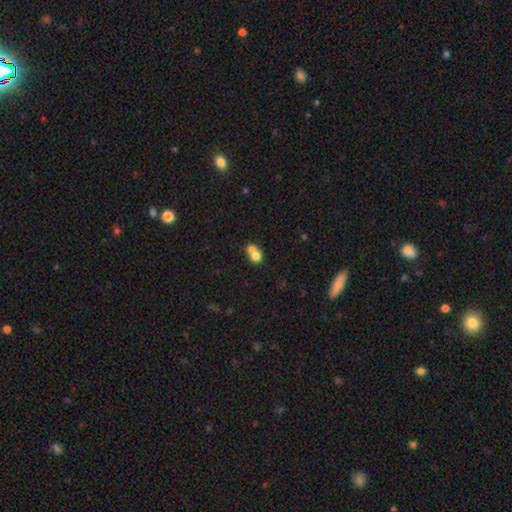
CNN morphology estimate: This appears to be a smooth galaxy with no disk features (72%) that is round (72%). Merging: merger (66%).